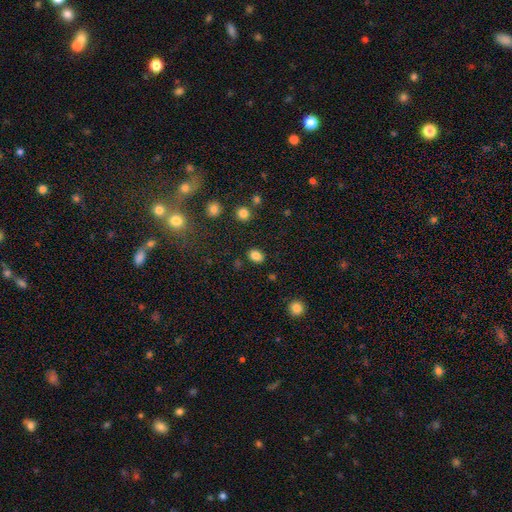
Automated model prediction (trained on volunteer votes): smooth 84%, star or artifact 11%, featured or disk 5%. Down the decision tree: how rounded — in between (66%); merging — none (85%).